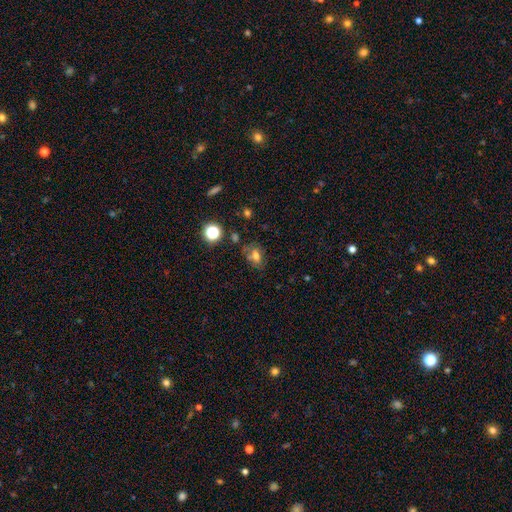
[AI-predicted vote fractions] A smooth galaxy with no disk features (56%) that is in between round and cigar-shaped (71%).

Vote fractions:
- Smooth or featured? smooth: 56% / featured or disk: 23% / star or artifact: 21%
- How rounded? in between: 71% / round: 27% / cigar-shaped: 2%
- Merging? none: 62% / minor disturbance: 21% / major disturbance: 9% / merger: 8%